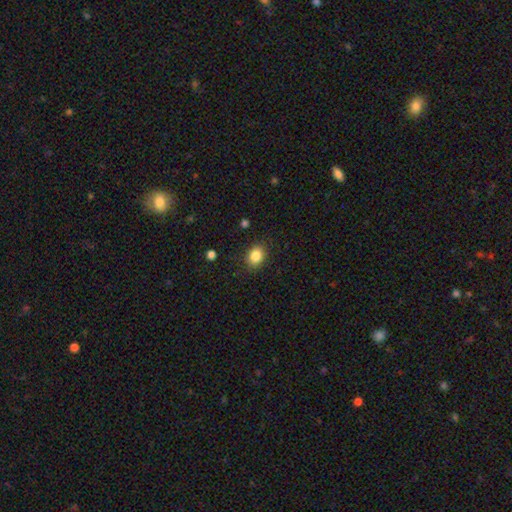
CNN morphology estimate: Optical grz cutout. It shows a smooth galaxy with no disk features (85%) that is in between round and cigar-shaped (56%). Merging: none (86%).